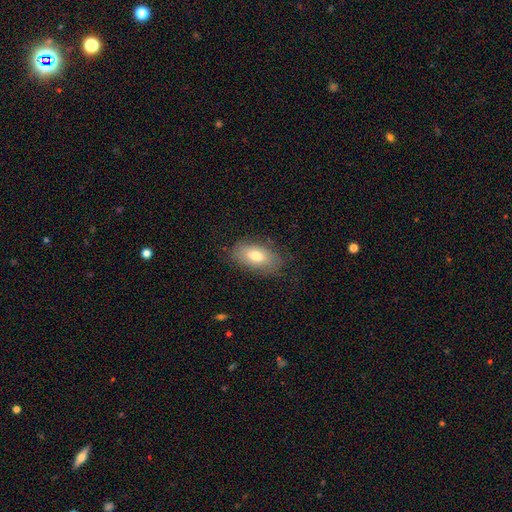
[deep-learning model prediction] Q: Smooth or featured?
A: smooth (71%); runner-up: featured or disk (22%)
Q: How rounded?
A: in between (92%); runner-up: round (5%)
Q: Merging?
A: none (75%); runner-up: minor disturbance (18%)